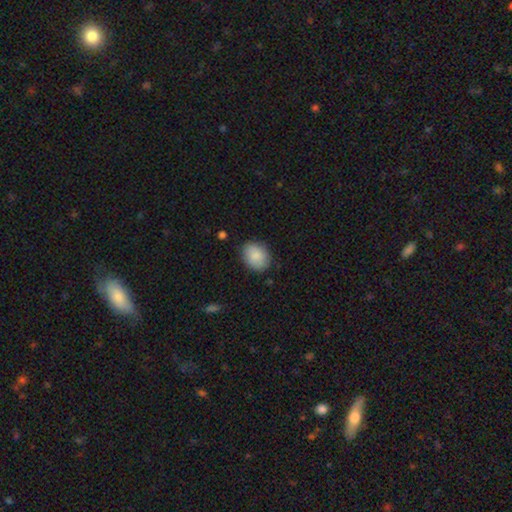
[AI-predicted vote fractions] A smooth galaxy with no disk features (86%) that is in between round and cigar-shaped (52%).

Vote fractions:
- Smooth or featured? smooth: 86% / featured or disk: 7% / star or artifact: 7%
- How rounded? in between: 52% / round: 47% / cigar-shaped: 1%
- Merging? none: 83% / minor disturbance: 13% / major disturbance: 3% / merger: 1%